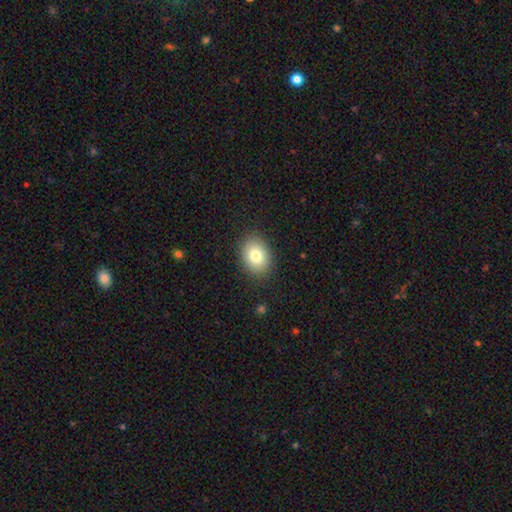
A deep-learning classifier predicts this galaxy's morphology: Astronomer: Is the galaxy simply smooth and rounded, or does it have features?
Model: smooth — 81%.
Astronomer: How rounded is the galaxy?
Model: in between — 63%.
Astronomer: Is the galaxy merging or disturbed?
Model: none — 88%.